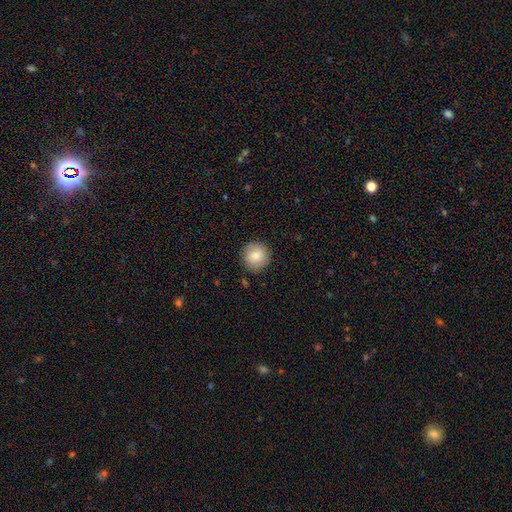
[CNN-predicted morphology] smooth_or_featured: smooth (p=0.82) [alt: featured or disk p=0.10]
how_rounded: round (p=0.94) [alt: in between p=0.05]
merging: none (p=0.89) [alt: minor disturbance p=0.08]